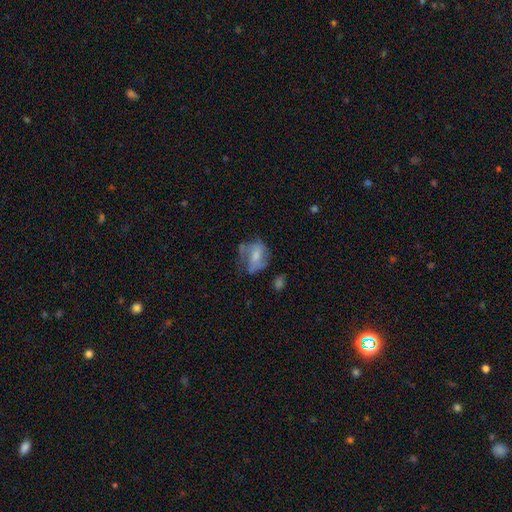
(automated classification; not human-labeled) Morphology: type=smooth (49%); merging=none (36%).